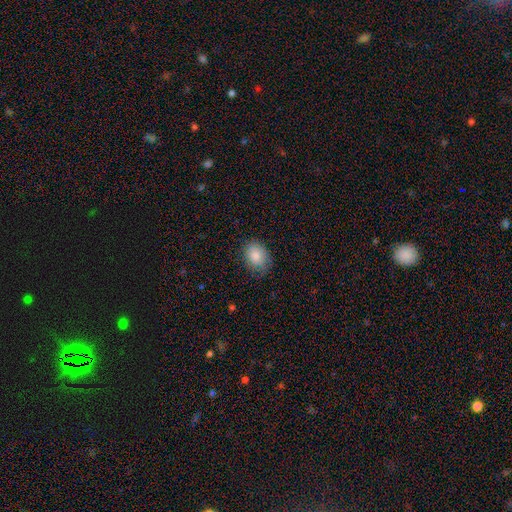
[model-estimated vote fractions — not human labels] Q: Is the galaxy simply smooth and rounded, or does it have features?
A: smooth — 84%.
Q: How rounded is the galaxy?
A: in between — 63%.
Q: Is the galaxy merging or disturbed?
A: none — 74%.